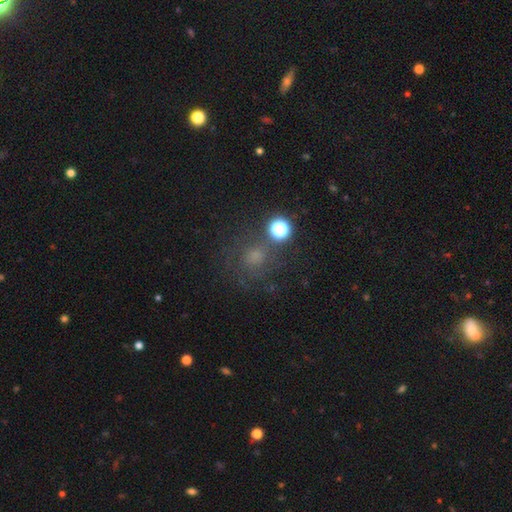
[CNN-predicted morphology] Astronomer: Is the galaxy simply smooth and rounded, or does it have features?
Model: smooth — 57%.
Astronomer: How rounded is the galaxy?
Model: round — 86%.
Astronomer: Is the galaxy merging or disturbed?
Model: none — 63%.